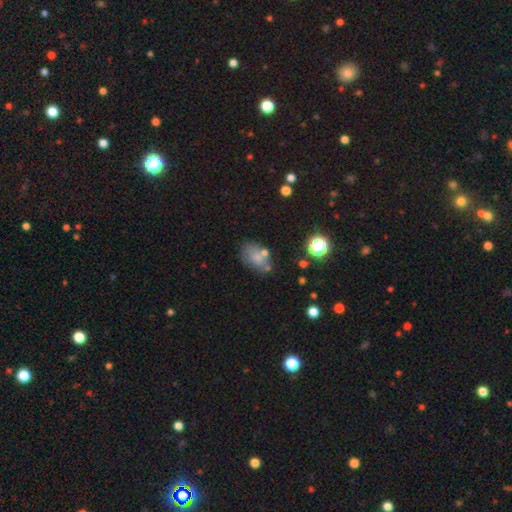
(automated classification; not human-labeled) Smooth or featured? smooth (56%)
How rounded? in between (76%)
Merging? none (59%)